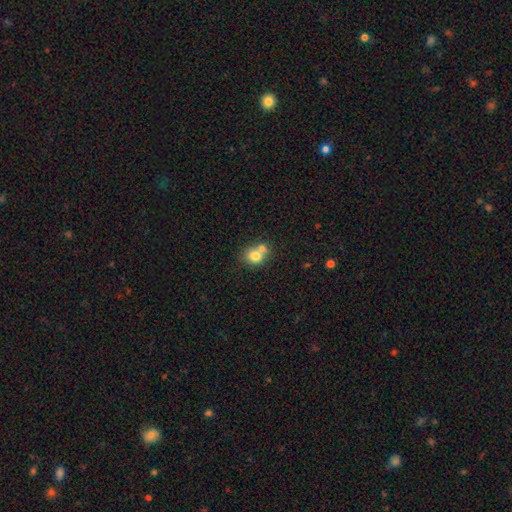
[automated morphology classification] Q: Smooth or featured?
A: smooth (77%); runner-up: featured or disk (13%)
Q: How rounded?
A: round (72%); runner-up: in between (28%)
Q: Merging?
A: merger (54%); runner-up: none (36%)